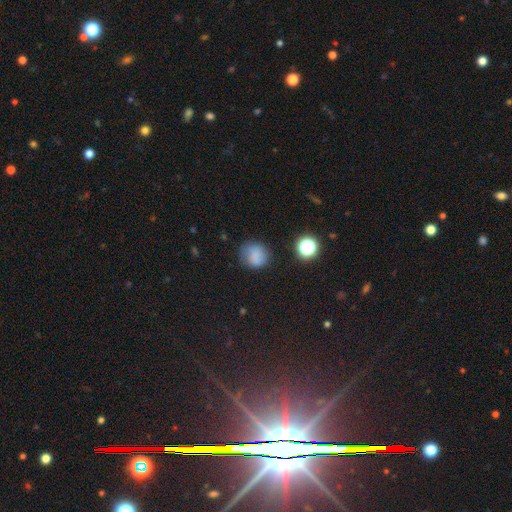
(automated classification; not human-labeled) The model was most divided on "merging": none: 71%, minor disturbance: 20%, major disturbance: 7%, merger: 2%. More confident: how rounded — round (83%); smooth or featured — smooth (78%).